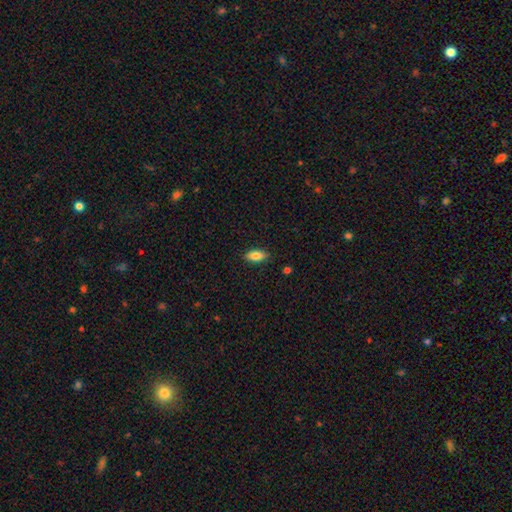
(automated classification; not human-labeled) Smooth or featured? smooth (79%)
How rounded? in between (86%)
Merging? none (86%)